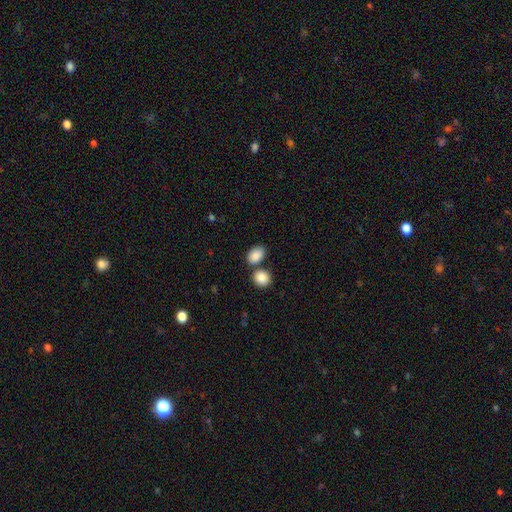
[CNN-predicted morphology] A smooth galaxy with no disk features (88%) that is in between round and cigar-shaped (80%).

Vote fractions:
- Smooth or featured? smooth: 88% / star or artifact: 7% / featured or disk: 5%
- How rounded? in between: 80% / round: 19% / cigar-shaped: 1%
- Merging? none: 61% / merger: 25% / minor disturbance: 11% / major disturbance: 3%